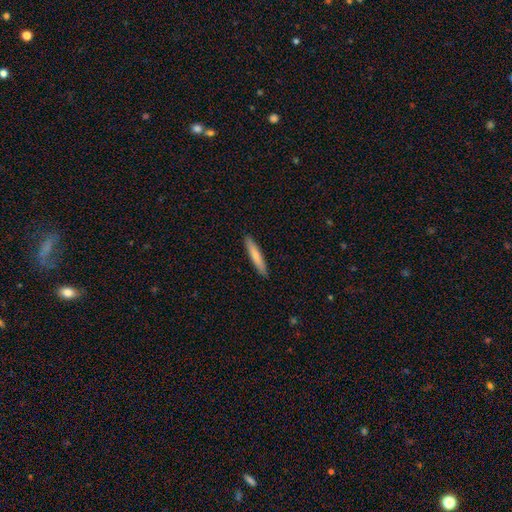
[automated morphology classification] Smooth or featured: smooth — 76% (featured or disk — 19%)
How rounded: cigar-shaped — 94% (in between — 5%)
Merging: none — 91% (minor disturbance — 6%)